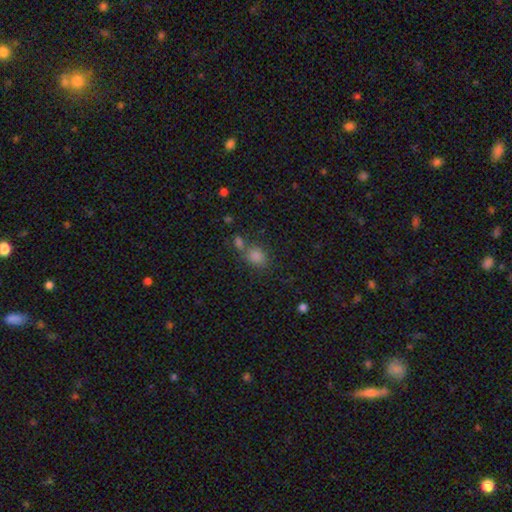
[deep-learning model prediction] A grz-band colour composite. It shows a smooth galaxy with no disk features (79%) that is in between round and cigar-shaped (53%). Merging: none (56%).